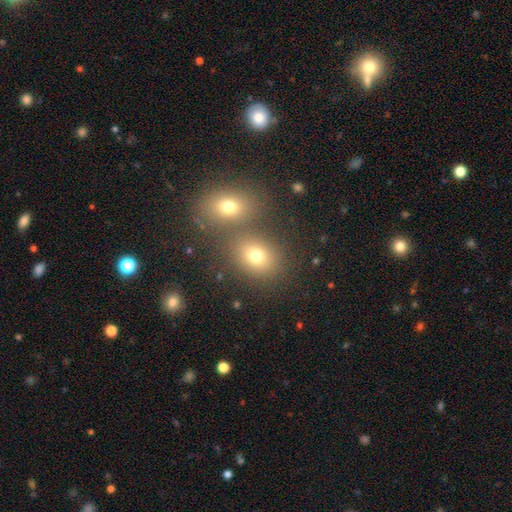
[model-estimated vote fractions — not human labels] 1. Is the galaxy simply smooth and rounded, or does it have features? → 73% smooth, 17% star or artifact, 10% featured or disk.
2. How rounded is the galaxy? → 53% round, 46% in between, 1% cigar-shaped.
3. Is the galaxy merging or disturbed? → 64% none, 23% merger, 9% minor disturbance, 4% major disturbance.